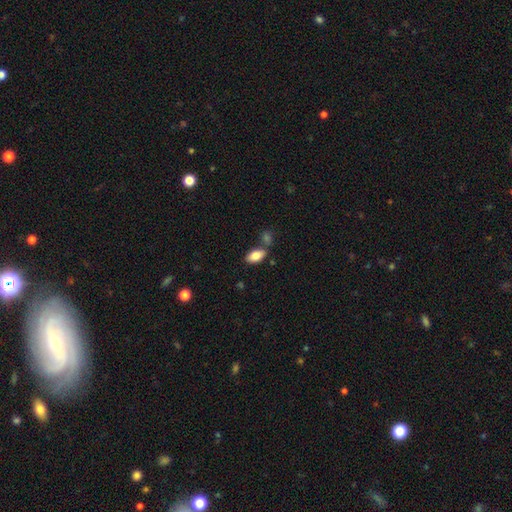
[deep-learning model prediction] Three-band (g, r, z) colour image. It shows a smooth galaxy with no disk features (82%) that is in between round and cigar-shaped (93%). Merging: none (65%).